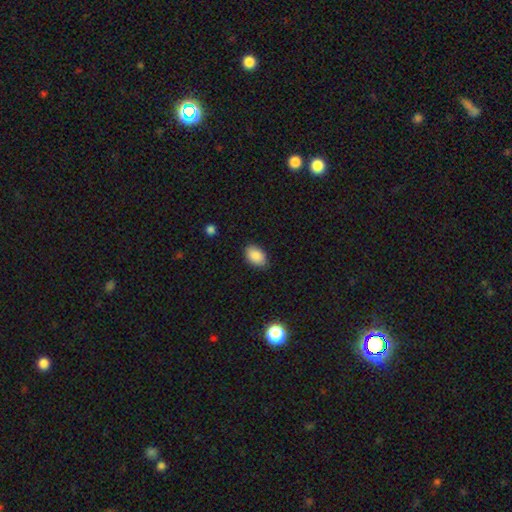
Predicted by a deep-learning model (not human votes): Q: Smooth or featured?
A: smooth (88%); runner-up: star or artifact (8%)
Q: How rounded?
A: in between (88%); runner-up: round (11%)
Q: Merging?
A: none (84%); runner-up: minor disturbance (13%)